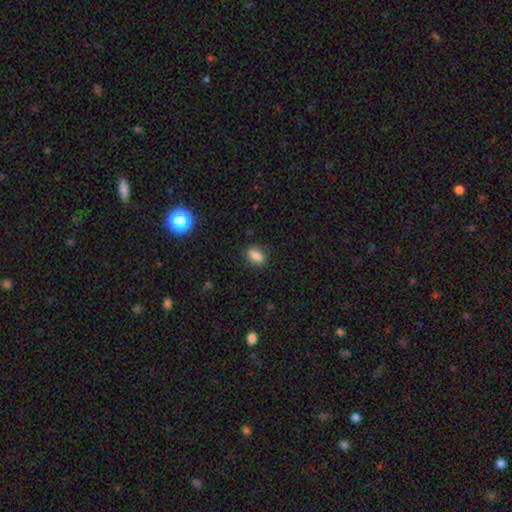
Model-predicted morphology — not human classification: Smooth or featured? Predicted: smooth (p=0.83). How rounded? Predicted: in between (p=0.84). Merging? Predicted: none (p=0.82).